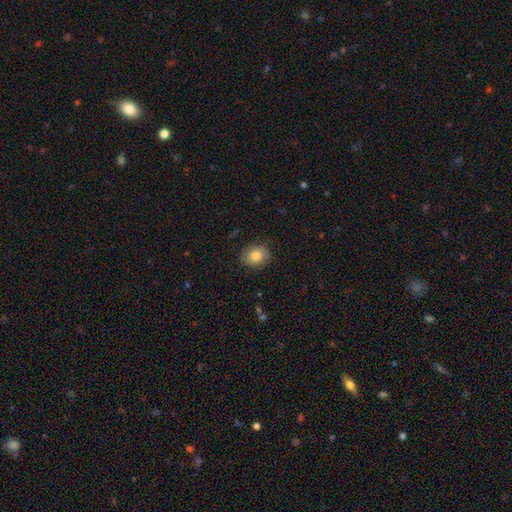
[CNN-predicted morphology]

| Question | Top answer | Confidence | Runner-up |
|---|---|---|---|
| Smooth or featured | smooth | 81% | featured or disk (11%) |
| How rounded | round | 60% | in between (39%) |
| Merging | none | 85% | minor disturbance (12%) |